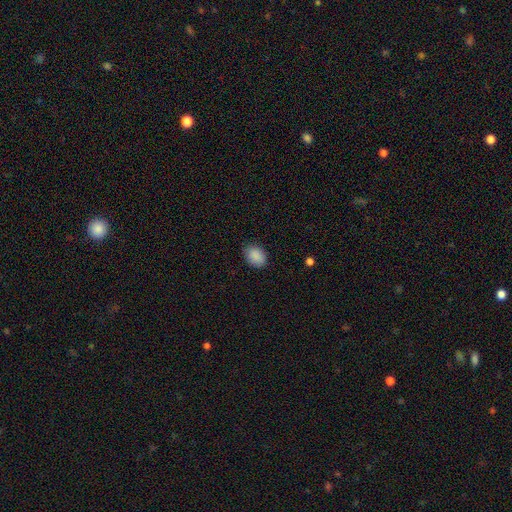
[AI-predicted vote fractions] This appears to be a smooth galaxy with no disk features (89%) that is in between round and cigar-shaped (69%). Merging: none (82%).